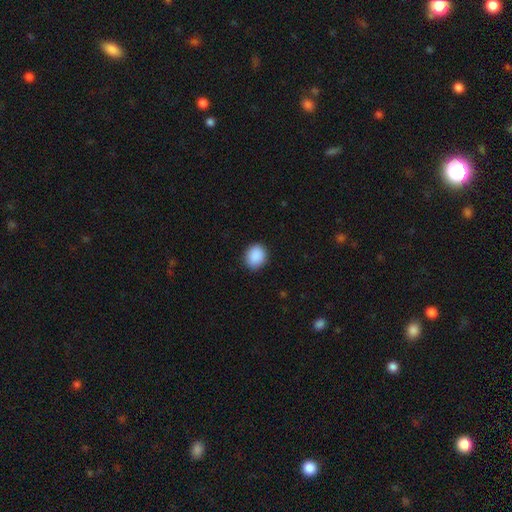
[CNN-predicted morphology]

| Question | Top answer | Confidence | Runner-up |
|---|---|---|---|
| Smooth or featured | smooth | 90% | star or artifact (8%) |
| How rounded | round | 65% | in between (34%) |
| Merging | none | 89% | minor disturbance (8%) |